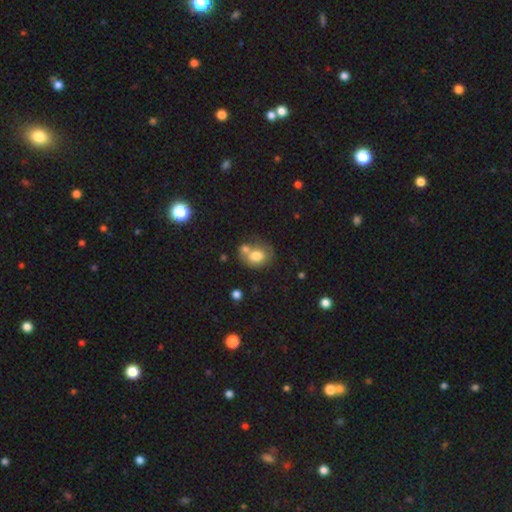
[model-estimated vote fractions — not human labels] This is likely a smooth galaxy (73%). How rounded: possibly round (53%). Merging: marginally merger (42%).